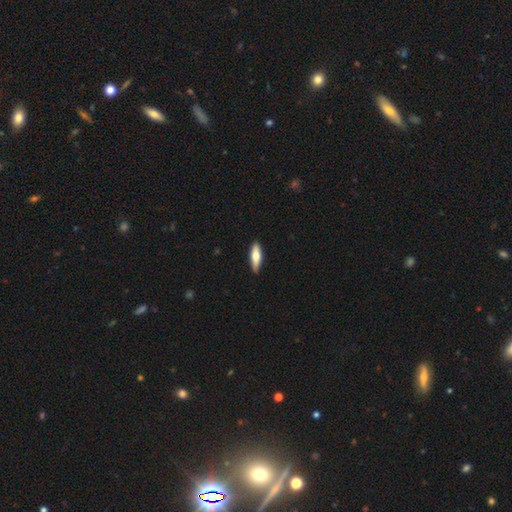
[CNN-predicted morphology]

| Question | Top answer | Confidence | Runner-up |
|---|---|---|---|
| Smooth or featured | smooth | 61% | featured or disk (34%) |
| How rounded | cigar-shaped | 57% | in between (41%) |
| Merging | none | 88% | minor disturbance (9%) |